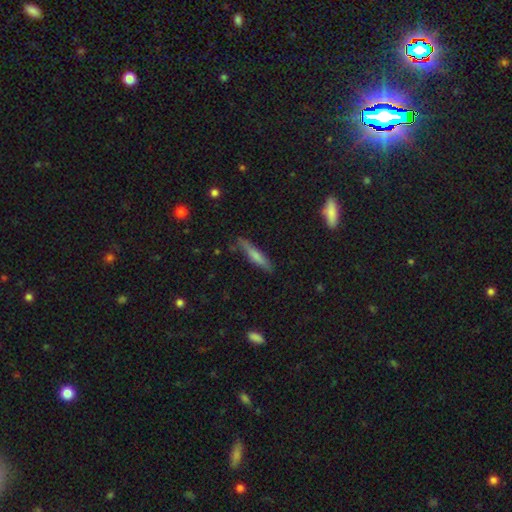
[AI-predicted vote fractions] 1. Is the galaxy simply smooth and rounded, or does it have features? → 66% smooth, 28% featured or disk, 6% star or artifact.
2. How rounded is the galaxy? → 89% cigar-shaped, 9% in between, 2% round.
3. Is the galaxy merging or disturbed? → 81% none, 14% minor disturbance, 3% major disturbance, 2% merger.